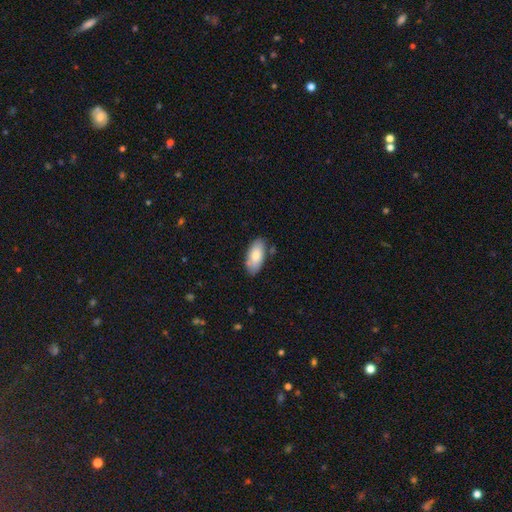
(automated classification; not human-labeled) This appears to be a smooth galaxy with no disk features (78%) that is in between round and cigar-shaped (91%). Merging: none (78%).